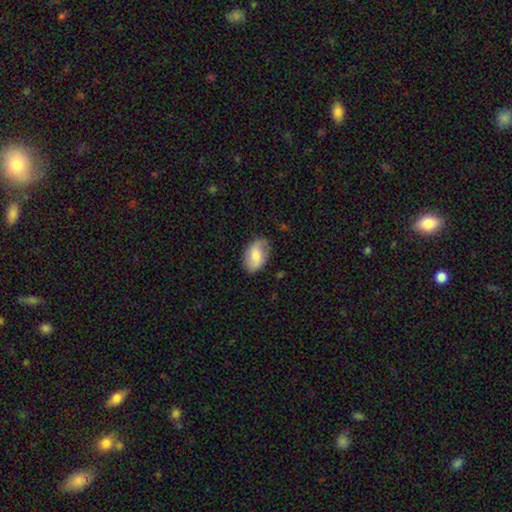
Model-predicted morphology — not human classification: This is possibly a smooth galaxy (58%). How rounded: clearly in between (89%). Merging: likely none (76%).